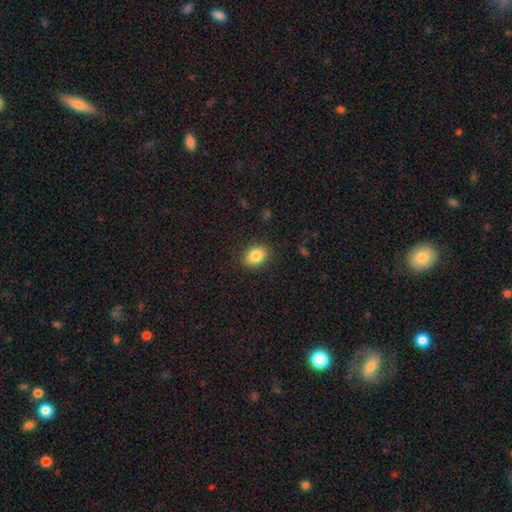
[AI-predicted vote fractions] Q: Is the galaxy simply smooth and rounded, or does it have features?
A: smooth — 85%.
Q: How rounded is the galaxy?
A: in between — 68%.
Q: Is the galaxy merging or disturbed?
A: none — 87%.